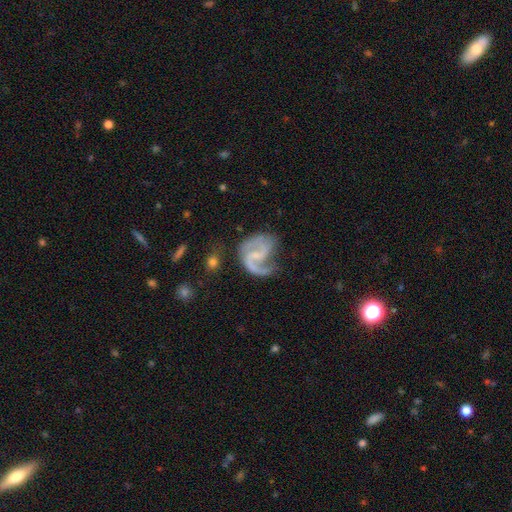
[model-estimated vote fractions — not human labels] A featured or disk galaxy (88%) with a weak bar (50%), 2 (78%) medium (52%) spiral arms (96%) and a small central bulge (50%). Merging: none (51%).